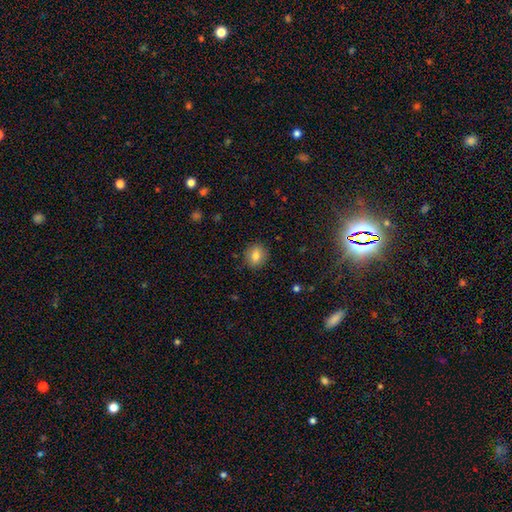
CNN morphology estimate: This appears to be a smooth galaxy with no disk features (81%) that is round (69%). Merging: none (88%).